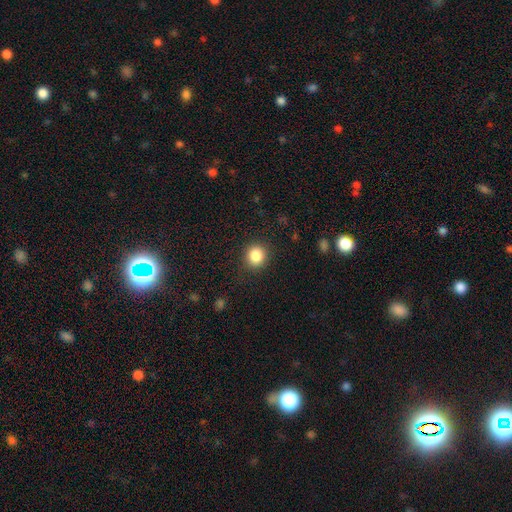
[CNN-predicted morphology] smooth 85%, star or artifact 10%, featured or disk 5%. Down the decision tree: how rounded — round (84%); merging — none (88%).